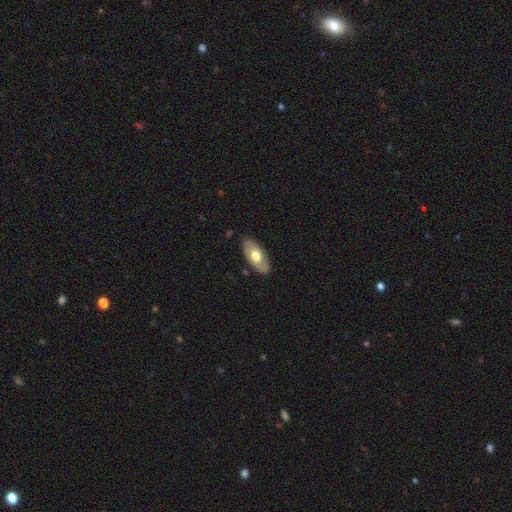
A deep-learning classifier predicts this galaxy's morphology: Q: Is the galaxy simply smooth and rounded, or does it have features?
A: smooth — 59%.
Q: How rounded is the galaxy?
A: in between — 92%.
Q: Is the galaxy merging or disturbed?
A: none — 85%.